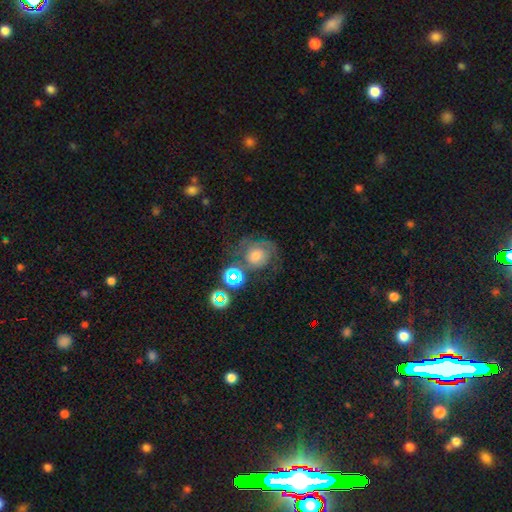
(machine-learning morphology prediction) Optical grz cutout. It shows a featured or disk galaxy (53%) with no bar (75%), spiral arms (81%) and a moderate central bulge (48%). Merging: none (46%).